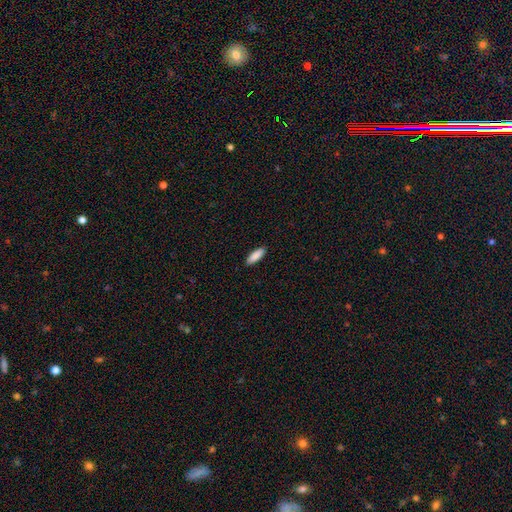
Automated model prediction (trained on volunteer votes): A smooth galaxy with no disk features (89%) that is in between round and cigar-shaped (59%). Merging: none (90%).